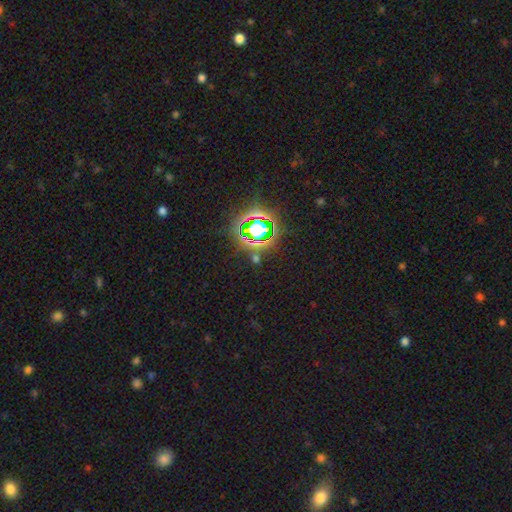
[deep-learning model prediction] star or artifact 76%, smooth 16%, featured or disk 8%.